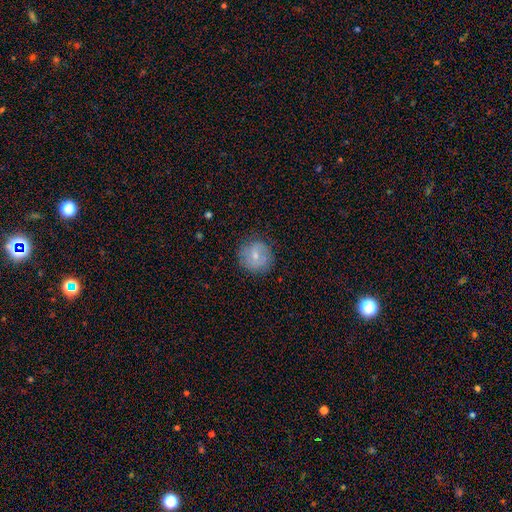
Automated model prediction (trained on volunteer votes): This appears to be a smooth galaxy with no disk features (64%) that is round (90%). Merging: none (79%).